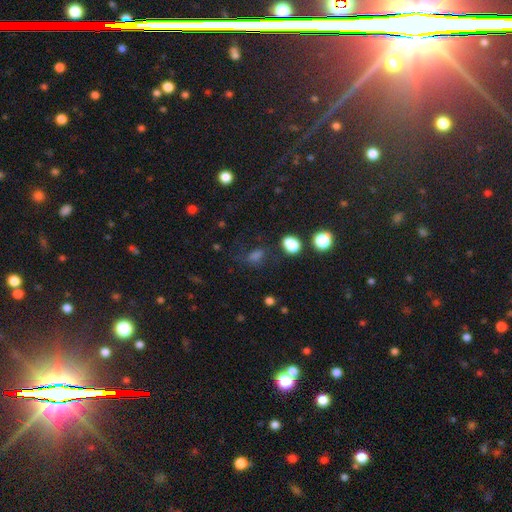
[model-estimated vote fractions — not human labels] Morphology: type=smooth (59%); roundness=in between (66%); merging=none (60%).